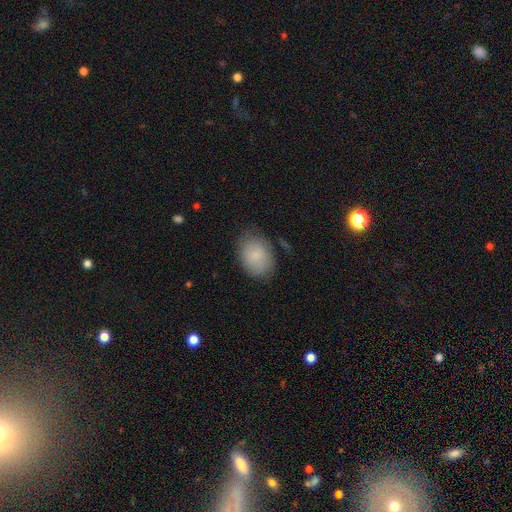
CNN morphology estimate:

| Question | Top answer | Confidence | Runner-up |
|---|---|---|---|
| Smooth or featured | smooth | 83% | featured or disk (10%) |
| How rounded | in between | 69% | round (29%) |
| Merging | none | 73% | minor disturbance (20%) |